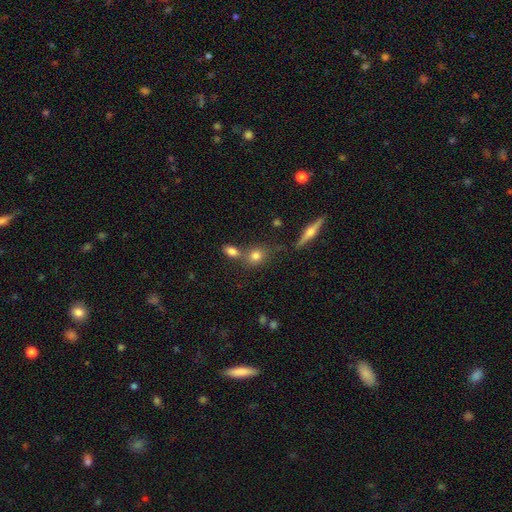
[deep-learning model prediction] smooth 76%, featured or disk 14%, star or artifact 11%. Down the decision tree: how rounded — round (56%); merging — none (58%).